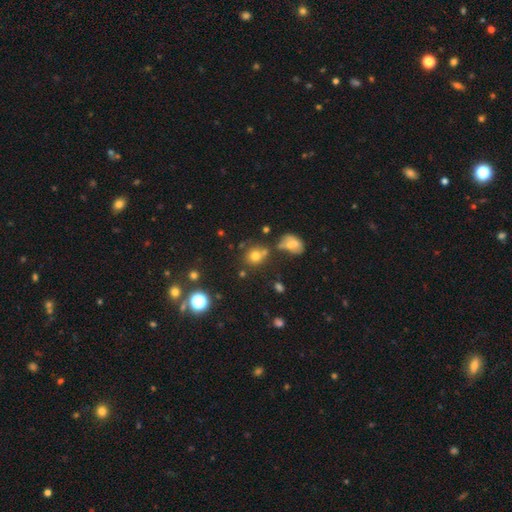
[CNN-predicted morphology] Overall: smooth (70%). How rounded: round (74%). Merging: none (62%).